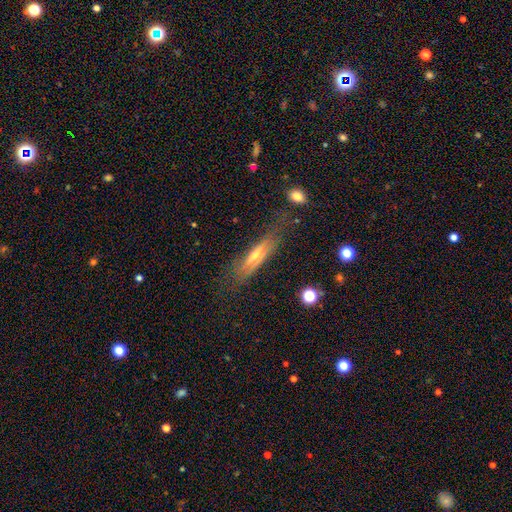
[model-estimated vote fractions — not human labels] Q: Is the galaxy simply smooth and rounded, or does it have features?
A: featured or disk — 54%.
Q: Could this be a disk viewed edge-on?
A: yes — 78%.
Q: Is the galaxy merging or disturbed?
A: none — 68%.